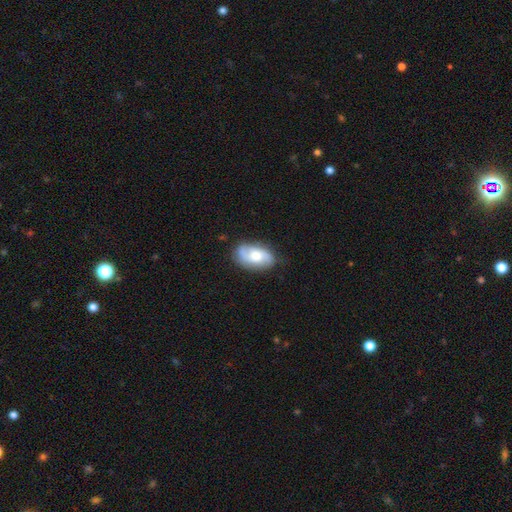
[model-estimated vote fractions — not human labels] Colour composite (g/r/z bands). It shows a featured or disk galaxy (58%) with no bar (62%), spiral arms (86%) and a moderate central bulge (65%). Merging: none (74%).